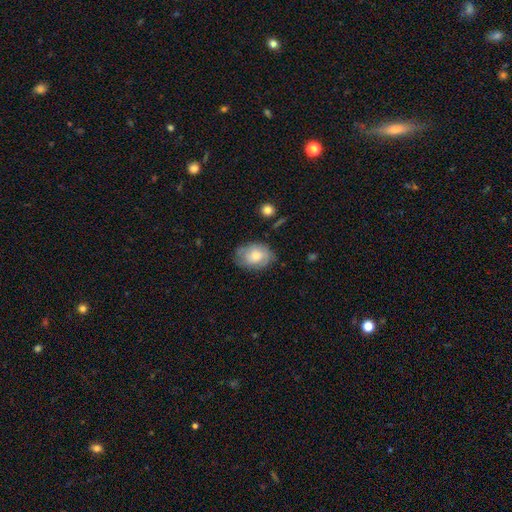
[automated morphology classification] This appears to be a smooth galaxy with no disk features (65%) that is in between round and cigar-shaped (75%). Merging: none (67%).